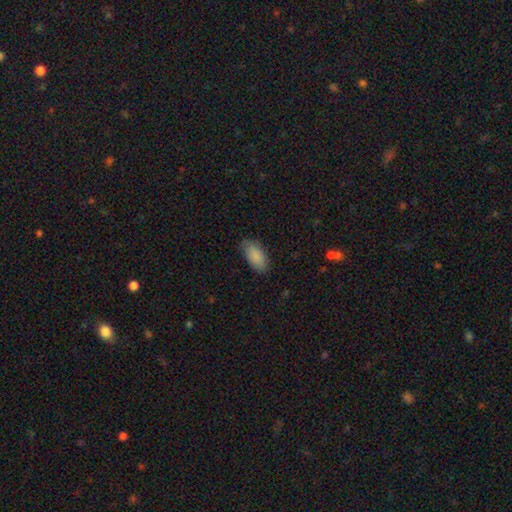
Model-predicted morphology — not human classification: smooth-or-featured: smooth: 87% | featured or disk: 7% | star or artifact: 6%
  how-rounded: in between: 94% | cigar-shaped: 4% | round: 3%
  merging: none: 75% | minor disturbance: 20% | major disturbance: 4% | merger: 1%